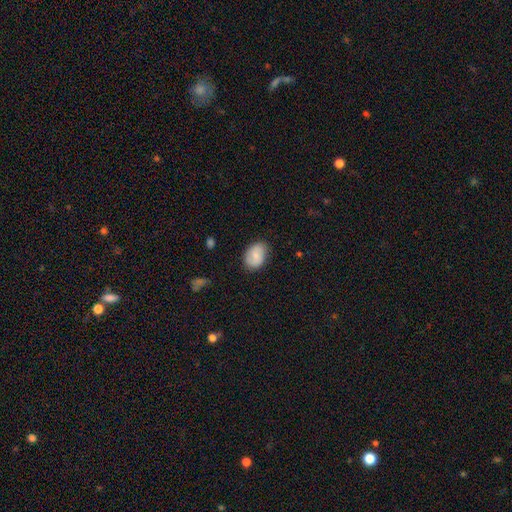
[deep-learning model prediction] Q: Smooth or featured?
A: smooth (66%); runner-up: featured or disk (26%)
Q: How rounded?
A: in between (80%); runner-up: round (18%)
Q: Merging?
A: none (77%); runner-up: minor disturbance (18%)